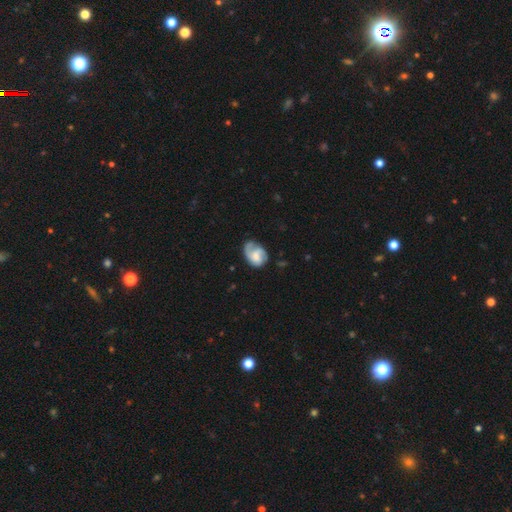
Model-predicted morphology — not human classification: Smooth or featured? featured or disk (61%)
Edge-on disk? no (97%)
Bar? no (57%)
Spiral arms? yes (89%)
Spiral winding? medium (42%)
Spiral arm count? 2 (47%)
Bulge size? moderate (38%)
Merging? none (51%)